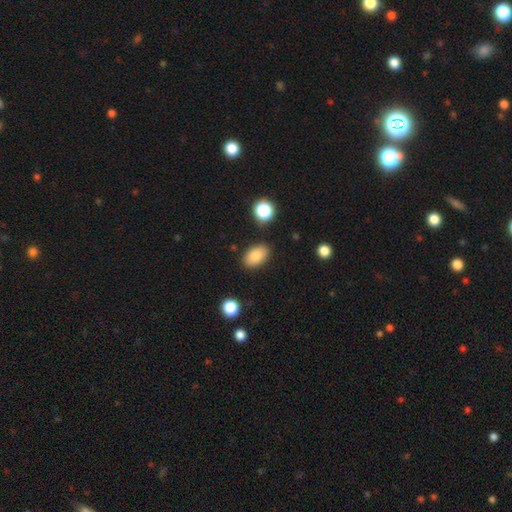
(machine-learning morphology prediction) smooth 84%, star or artifact 8%, featured or disk 7%. Down the decision tree: how rounded — in between (91%); merging — none (85%).